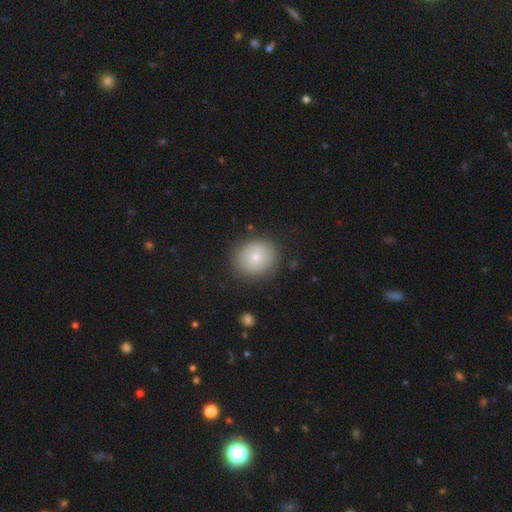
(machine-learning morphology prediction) Q: Smooth or featured?
A: smooth (75%); runner-up: featured or disk (16%)
Q: How rounded?
A: round (78%); runner-up: in between (21%)
Q: Merging?
A: none (86%); runner-up: minor disturbance (10%)